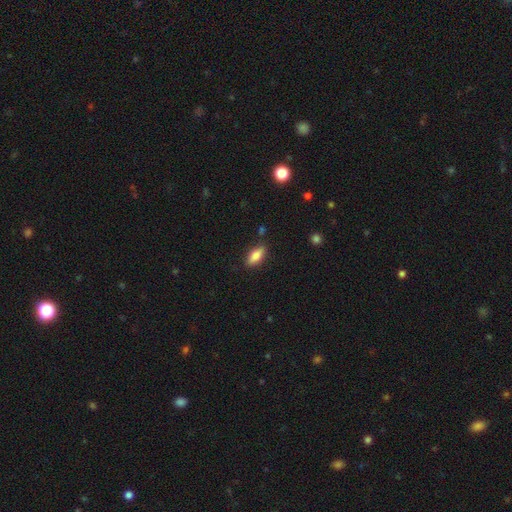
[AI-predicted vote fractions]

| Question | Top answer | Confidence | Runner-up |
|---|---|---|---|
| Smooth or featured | smooth | 78% | featured or disk (15%) |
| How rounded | in between | 77% | cigar-shaped (20%) |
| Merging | none | 84% | minor disturbance (12%) |